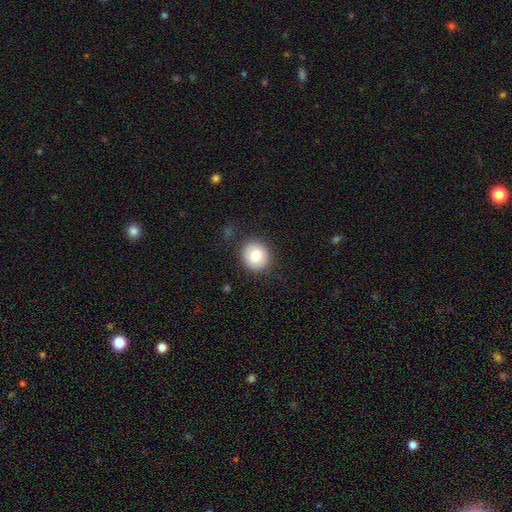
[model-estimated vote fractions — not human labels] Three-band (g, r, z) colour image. It shows a smooth galaxy with no disk features (73%) that is round (85%). Merging: none (86%).